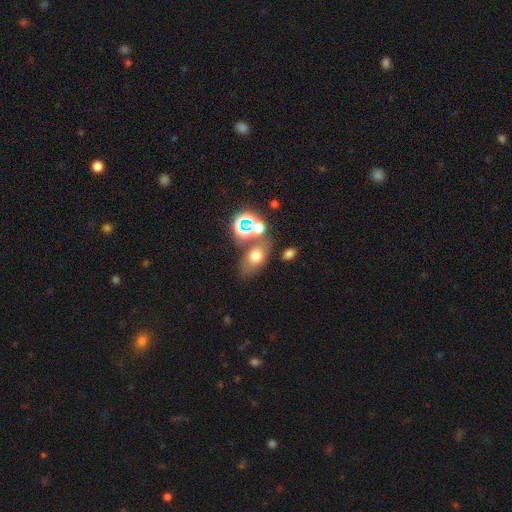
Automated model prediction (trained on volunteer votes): Q: Smooth or featured?
A: smooth (63%); runner-up: star or artifact (20%)
Q: How rounded?
A: in between (72%); runner-up: round (25%)
Q: Merging?
A: none (59%); runner-up: merger (21%)